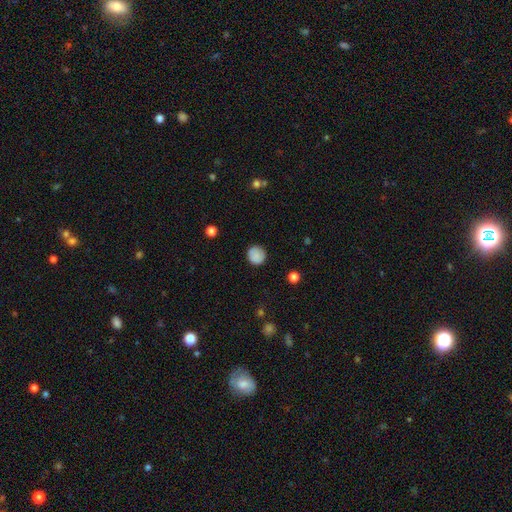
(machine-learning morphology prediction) Smooth or featured? smooth (85%)
How rounded? round (92%)
Merging? none (87%)